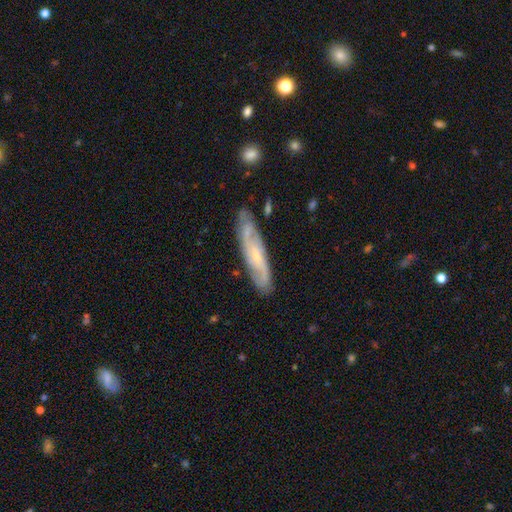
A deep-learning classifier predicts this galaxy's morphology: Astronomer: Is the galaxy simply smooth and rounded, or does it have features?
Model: featured or disk — 74%.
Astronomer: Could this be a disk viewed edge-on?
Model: no — 73%.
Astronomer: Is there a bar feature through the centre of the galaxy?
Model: no — 58% (runner-up: weak, 33%).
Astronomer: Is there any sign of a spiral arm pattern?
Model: yes — 93%.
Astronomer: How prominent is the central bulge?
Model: small — 72%.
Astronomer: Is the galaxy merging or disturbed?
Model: none — 78%.